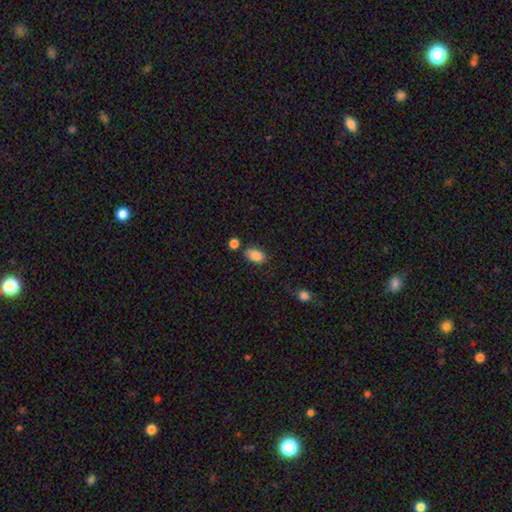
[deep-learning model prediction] A smooth galaxy with no disk features (88%) that is in between round and cigar-shaped (89%). Merging: none (71%).